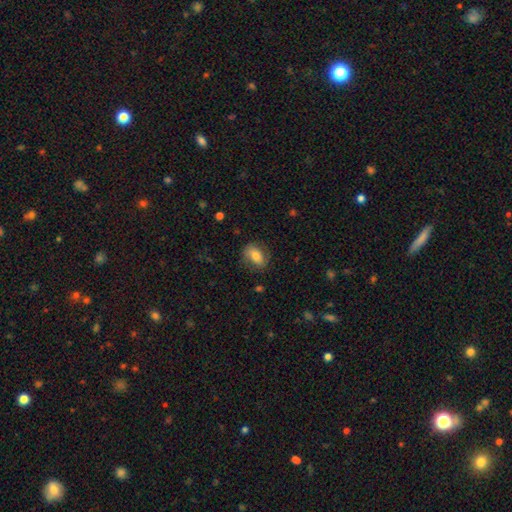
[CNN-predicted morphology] smooth_or_featured: smooth (p=0.67) [alt: featured or disk p=0.25]
how_rounded: in between (p=0.78) [alt: round p=0.20]
merging: none (p=0.74) [alt: minor disturbance p=0.17]